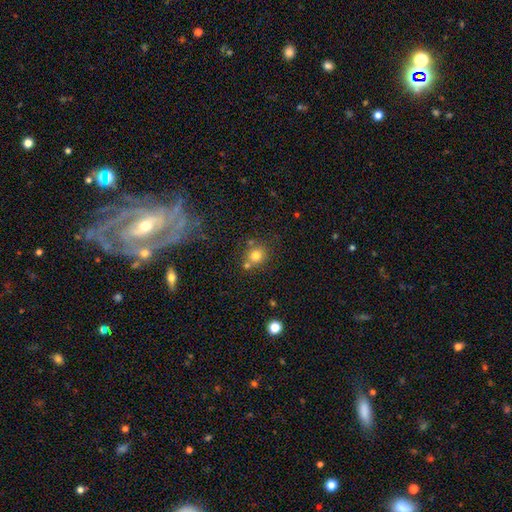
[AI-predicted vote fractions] The model was most divided on "merging": none: 62%, merger: 23%, minor disturbance: 12%, major disturbance: 4%. More confident: how rounded — round (80%); smooth or featured — smooth (77%).